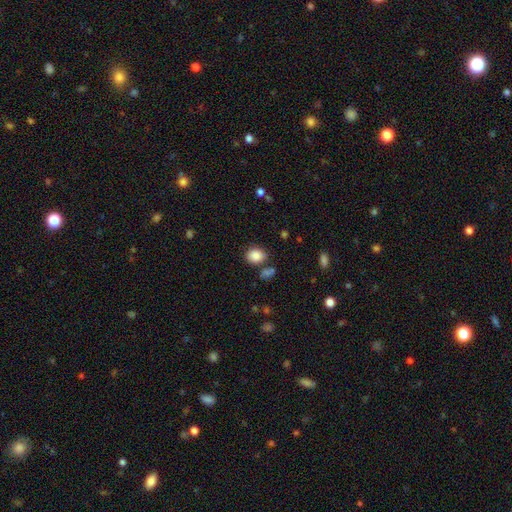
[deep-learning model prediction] Morphology: type=smooth (86%); roundness=round (60%); merging=none (75%).